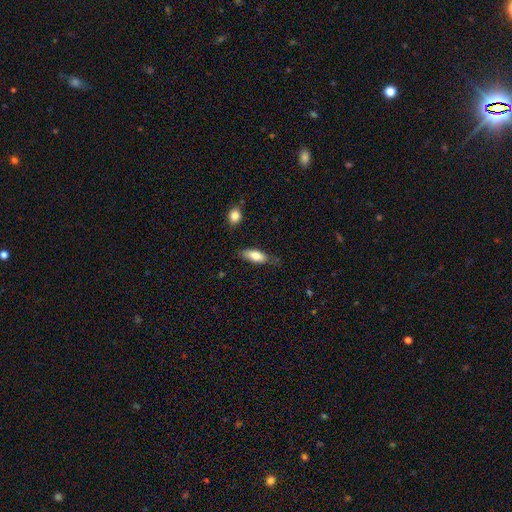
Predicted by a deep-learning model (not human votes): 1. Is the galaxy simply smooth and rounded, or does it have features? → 76% smooth, 17% featured or disk, 6% star or artifact.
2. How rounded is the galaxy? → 72% in between, 26% cigar-shaped, 2% round.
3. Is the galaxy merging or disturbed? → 64% none, 27% minor disturbance, 7% major disturbance, 3% merger.